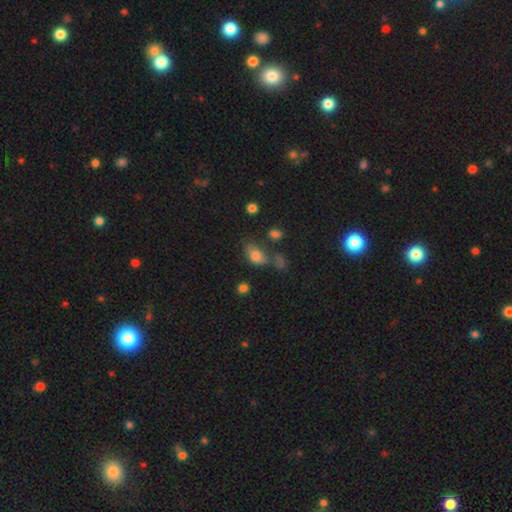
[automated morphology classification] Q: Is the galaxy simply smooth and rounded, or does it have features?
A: smooth — 79%.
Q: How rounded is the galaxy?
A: in between — 84%.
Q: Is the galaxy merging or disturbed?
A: none — 47%.